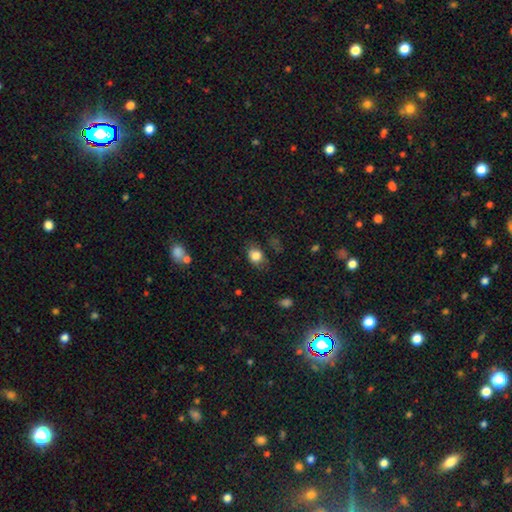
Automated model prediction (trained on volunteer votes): Smooth or featured? smooth (80%)
How rounded? in between (60%)
Merging? none (65%)